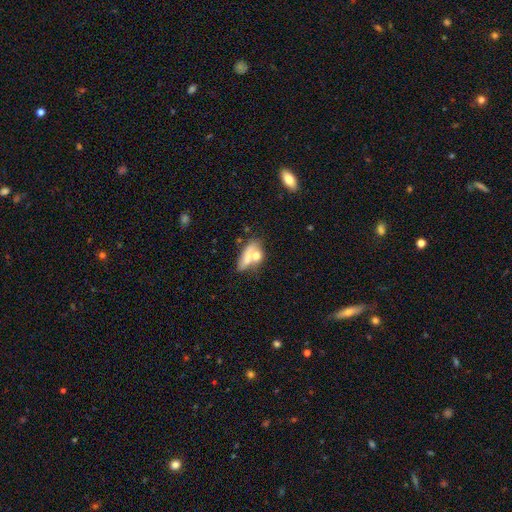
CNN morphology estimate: Q: Smooth or featured?
A: smooth (66%); runner-up: featured or disk (25%)
Q: How rounded?
A: in between (66%); runner-up: cigar-shaped (19%)
Q: Merging?
A: merger (45%); runner-up: none (33%)